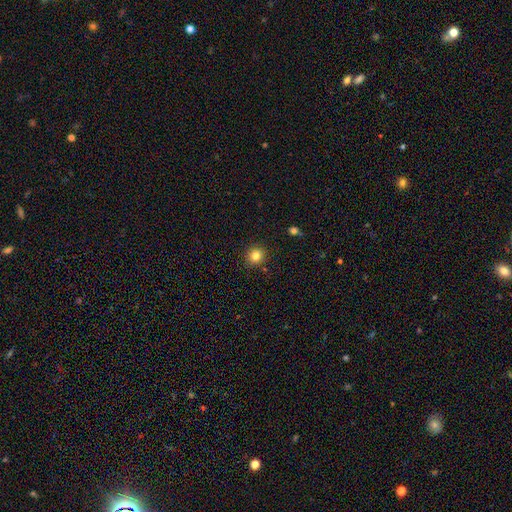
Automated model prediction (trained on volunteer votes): A smooth galaxy with no disk features (82%) that is round (89%).

Vote fractions:
- Smooth or featured? smooth: 82% / star or artifact: 12% / featured or disk: 6%
- How rounded? round: 89% / in between: 10% / cigar-shaped: 1%
- Merging? none: 90% / minor disturbance: 6% / major disturbance: 2% / merger: 1%